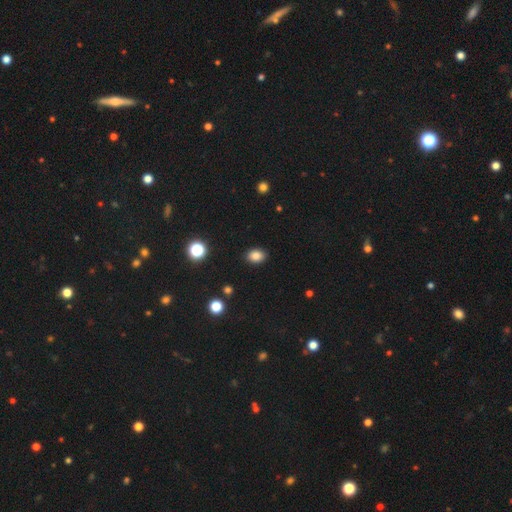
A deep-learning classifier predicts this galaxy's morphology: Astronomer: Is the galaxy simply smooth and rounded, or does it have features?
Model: smooth — 84%.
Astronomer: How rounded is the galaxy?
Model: in between — 69%.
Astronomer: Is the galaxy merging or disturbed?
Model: none — 89%.